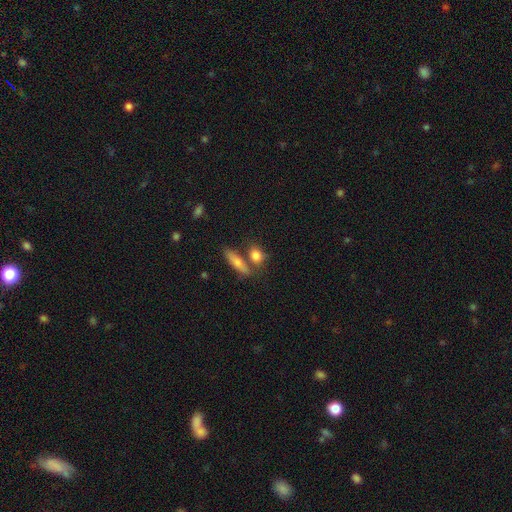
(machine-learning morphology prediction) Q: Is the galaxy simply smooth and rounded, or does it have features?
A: smooth — 79%.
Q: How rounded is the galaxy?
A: in between — 50%.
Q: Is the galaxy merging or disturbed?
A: none — 56%.